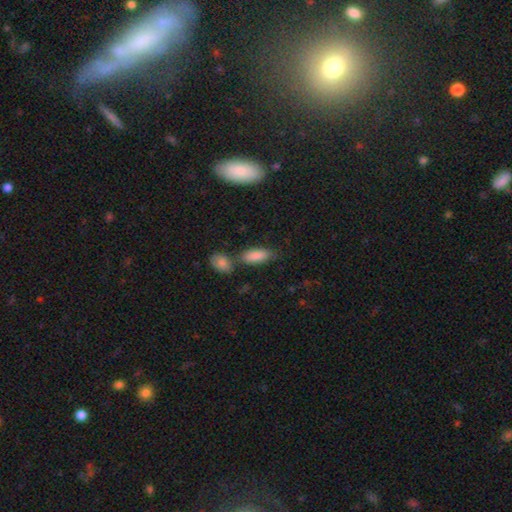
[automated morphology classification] smooth_or_featured: smooth (p=0.79) [alt: star or artifact p=0.11]
how_rounded: in between (p=0.70) [alt: cigar-shaped p=0.26]
merging: none (p=0.67) [alt: minor disturbance p=0.15]